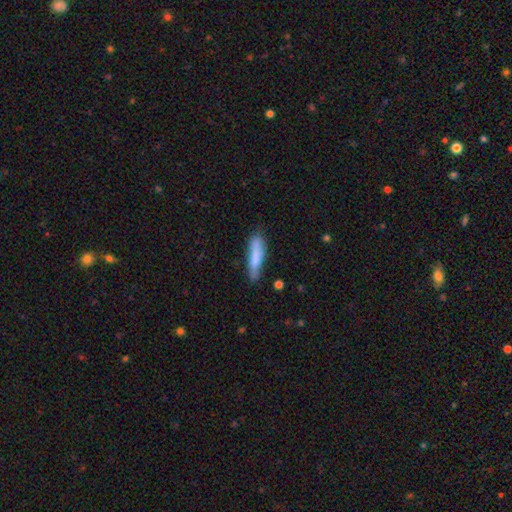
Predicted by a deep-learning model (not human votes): smooth 79%, featured or disk 15%, star or artifact 6%. Down the decision tree: how rounded — cigar-shaped (82%); merging — none (71%).